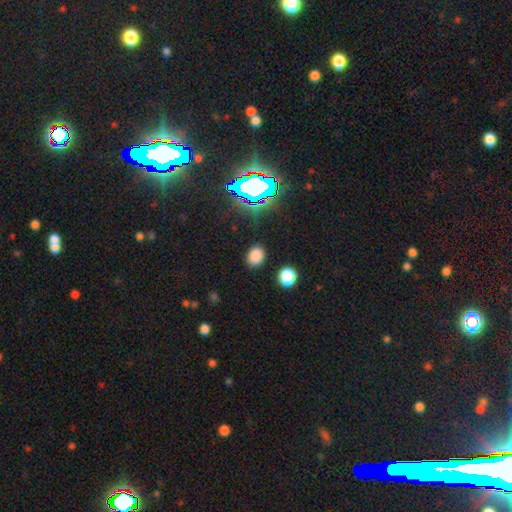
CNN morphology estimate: smooth 77%, star or artifact 18%, featured or disk 5%. Down the decision tree: how rounded — in between (59%); merging — none (86%).